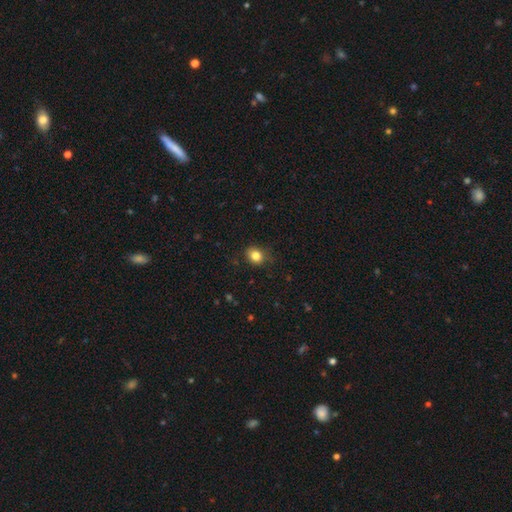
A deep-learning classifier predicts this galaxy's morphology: Overall: smooth (83%). How rounded: round (57%; in between 42%). Merging: none (80%).